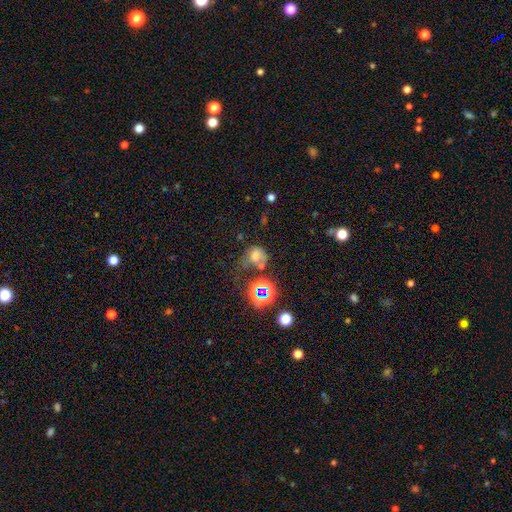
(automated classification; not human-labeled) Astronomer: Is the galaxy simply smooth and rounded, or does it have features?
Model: smooth — 54%.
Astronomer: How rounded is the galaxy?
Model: round — 63%.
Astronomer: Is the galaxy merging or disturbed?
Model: none — 39% (runner-up: minor disturbance, 21%).